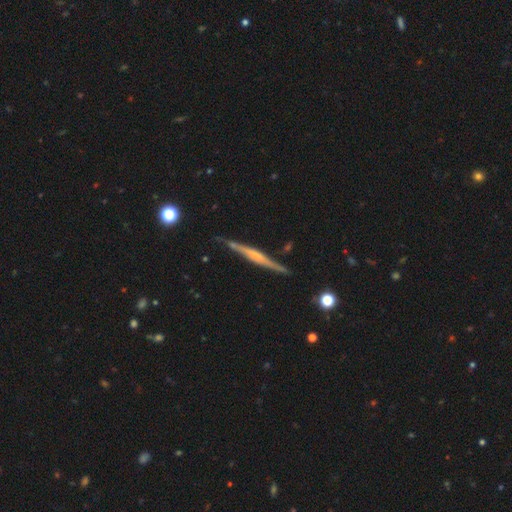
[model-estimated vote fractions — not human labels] smooth_or_featured: featured or disk (p=0.76) [alt: smooth p=0.18]
disk_edge_on: yes (p=0.98) [alt: no p=0.02]
edge_on_bulge: rounded (p=0.40) [alt: boxy p=0.33]
merging: none (p=0.83) [alt: minor disturbance p=0.12]